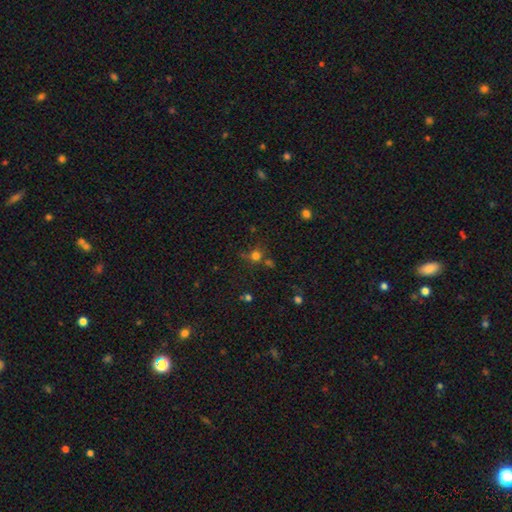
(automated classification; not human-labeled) Smooth or featured? smooth (65%)
How rounded? round (88%)
Merging? none (63%)